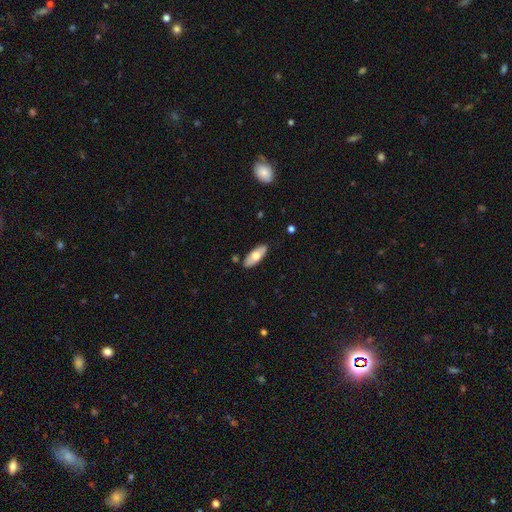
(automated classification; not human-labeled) smooth 66%, featured or disk 29%, star or artifact 5%. Down the decision tree: how rounded — in between (79%); merging — none (86%).